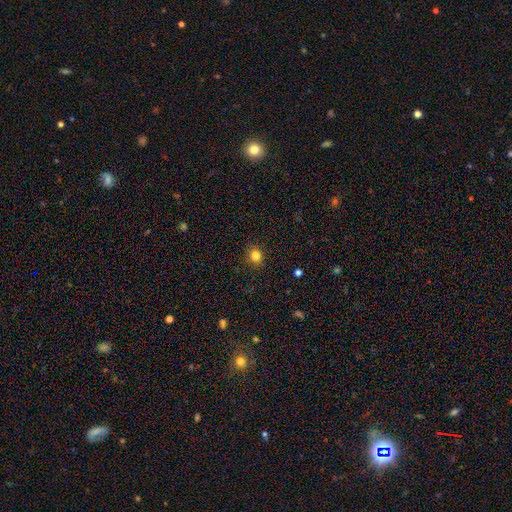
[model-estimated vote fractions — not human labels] Smooth or featured?
  - smooth: 82% *
  - star or artifact: 13%
  - featured or disk: 5%
How rounded?
  - round: 72% *
  - in between: 27%
  - cigar-shaped: 1%
Merging?
  - none: 86% *
  - minor disturbance: 10%
  - major disturbance: 3%
  - merger: 1%